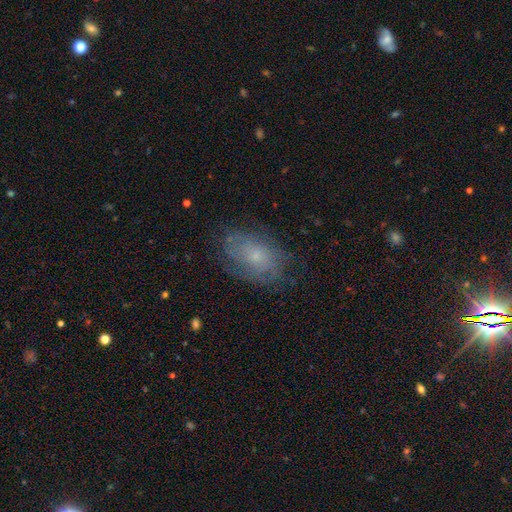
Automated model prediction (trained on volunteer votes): A featured or disk galaxy (46%).

Vote fractions:
- Smooth or featured? featured or disk: 46% / smooth: 42% / star or artifact: 12%
- Merging? none: 71% / minor disturbance: 19% / major disturbance: 8% / merger: 1%